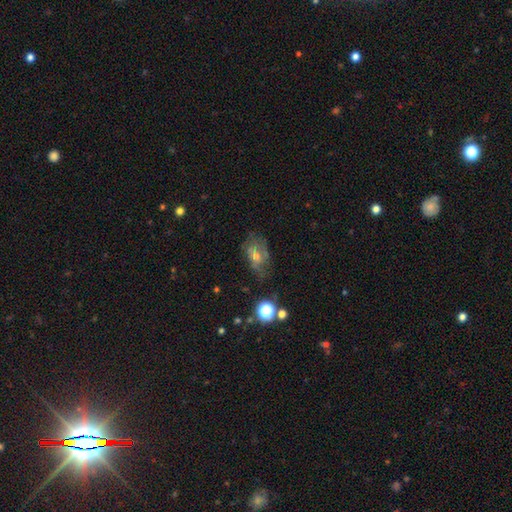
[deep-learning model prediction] This is possibly a featured or disk galaxy (47%). Merging: possibly none (55%).